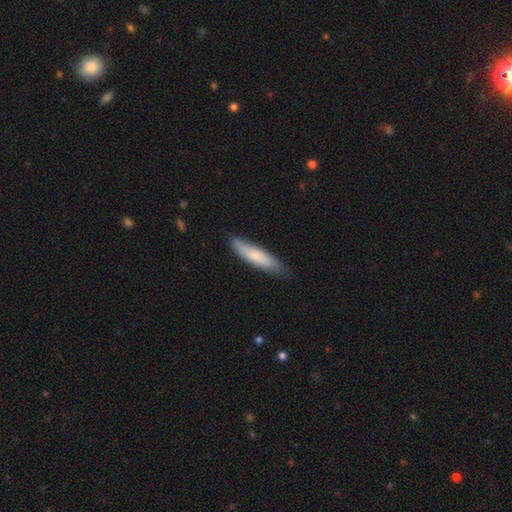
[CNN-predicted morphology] Overall: smooth (77%). How rounded: cigar-shaped (76%). Merging: none (79%).